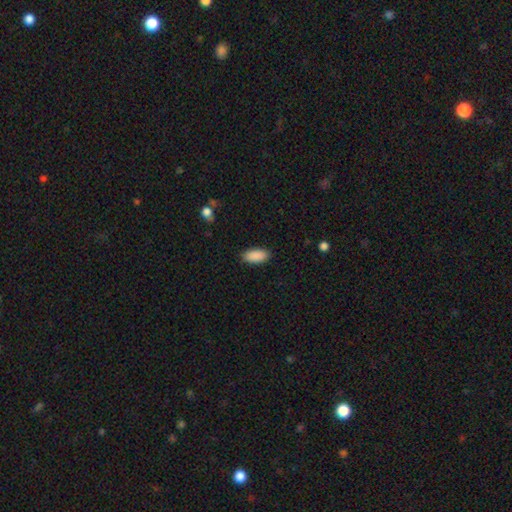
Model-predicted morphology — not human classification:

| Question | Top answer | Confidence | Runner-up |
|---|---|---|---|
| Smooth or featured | smooth | 90% | star or artifact (6%) |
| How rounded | in between | 90% | cigar-shaped (8%) |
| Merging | none | 88% | minor disturbance (9%) |